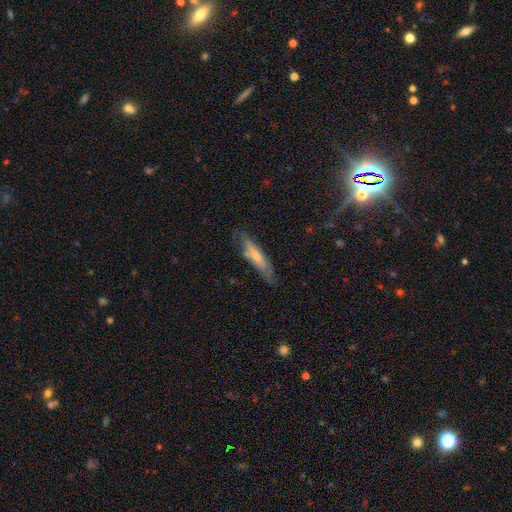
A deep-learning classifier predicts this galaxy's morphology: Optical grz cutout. It shows a smooth galaxy with no disk features (53%) that is cigar-shaped (81%). Merging: none (68%).